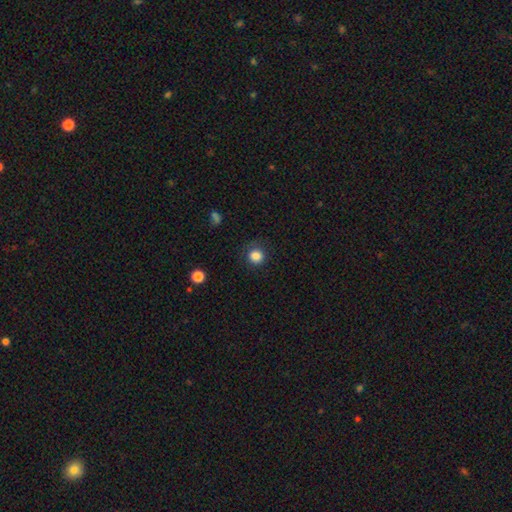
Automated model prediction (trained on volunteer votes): smooth-or-featured: smooth: 85% | star or artifact: 11% | featured or disk: 4%
  how-rounded: round: 90% | in between: 9% | cigar-shaped: 1%
  merging: none: 84% | minor disturbance: 11% | major disturbance: 4% | merger: 1%